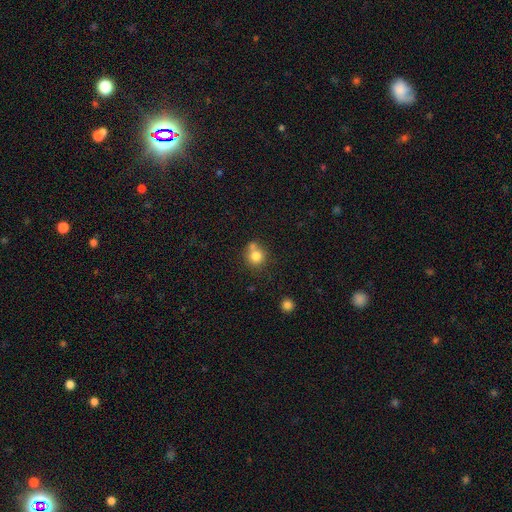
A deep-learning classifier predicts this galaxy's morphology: type=smooth (79%); roundness=round (86%); merging=none (54%).